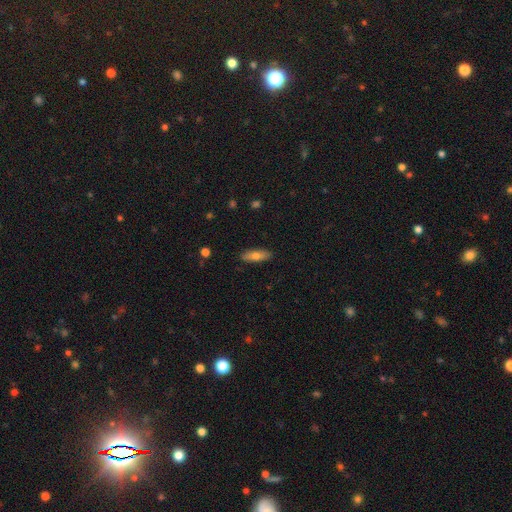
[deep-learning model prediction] A smooth galaxy with no disk features (70%) that is in between round and cigar-shaped (50%).

Vote fractions:
- Smooth or featured? smooth: 70% / featured or disk: 23% / star or artifact: 7%
- How rounded? in between: 50% / cigar-shaped: 48% / round: 2%
- Merging? none: 89% / minor disturbance: 8% / major disturbance: 2% / merger: 1%